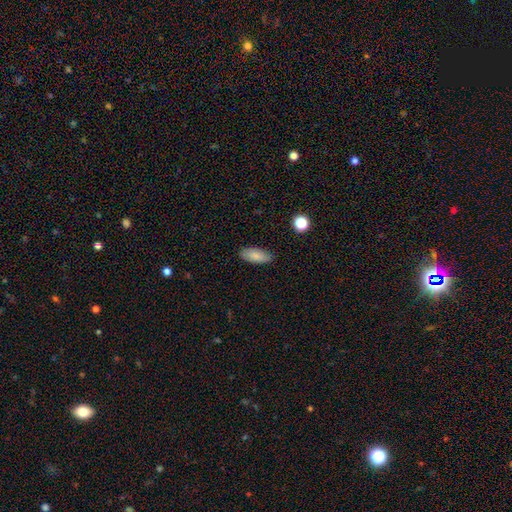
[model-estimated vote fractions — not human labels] Q: Smooth or featured?
A: smooth (84%); runner-up: featured or disk (8%)
Q: How rounded?
A: in between (83%); runner-up: cigar-shaped (15%)
Q: Merging?
A: none (85%); runner-up: minor disturbance (11%)